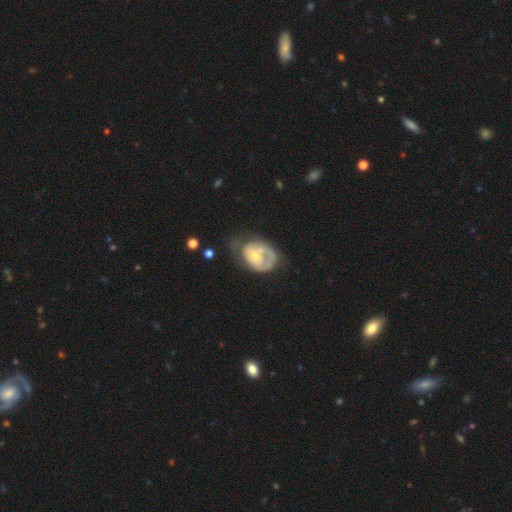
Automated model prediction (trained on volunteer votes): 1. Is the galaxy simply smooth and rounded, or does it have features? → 56% featured or disk, 38% smooth, 6% star or artifact.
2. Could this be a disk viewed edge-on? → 97% no, 3% yes.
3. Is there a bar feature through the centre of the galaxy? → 79% no, 18% weak, 3% strong.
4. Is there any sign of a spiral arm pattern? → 53% no, 47% yes.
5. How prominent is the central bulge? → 49% small, 43% moderate, 4% none, 4% large, 1% dominant.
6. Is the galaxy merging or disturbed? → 32% major disturbance, 30% none, 29% minor disturbance, 9% merger.